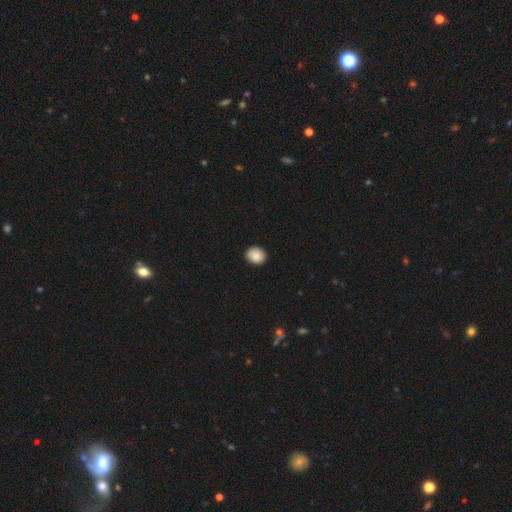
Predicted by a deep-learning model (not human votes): This appears to be a smooth galaxy with no disk features (87%) that is round (67%). Merging: none (89%).